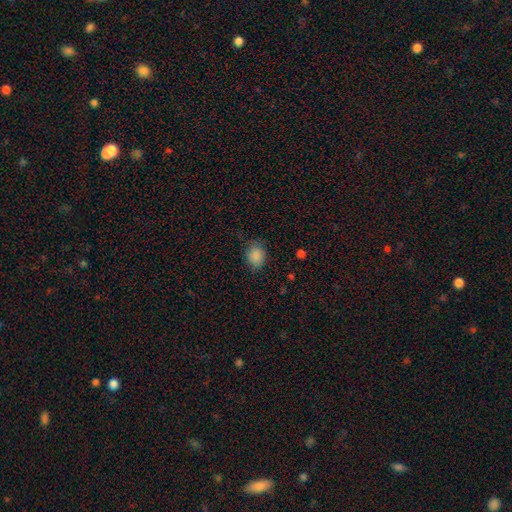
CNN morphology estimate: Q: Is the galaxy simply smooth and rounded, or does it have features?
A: smooth — 87%.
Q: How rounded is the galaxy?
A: round — 51%.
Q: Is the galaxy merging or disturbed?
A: none — 76%.